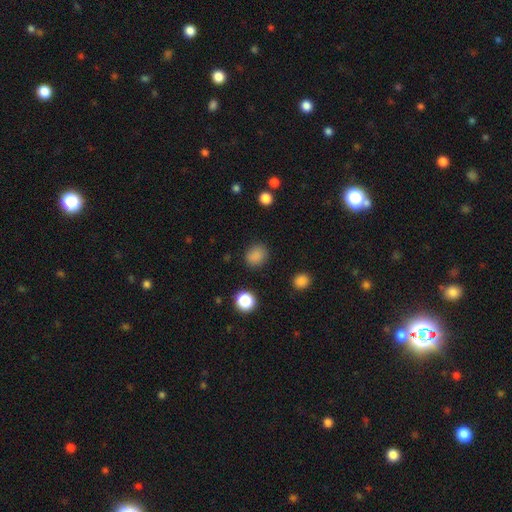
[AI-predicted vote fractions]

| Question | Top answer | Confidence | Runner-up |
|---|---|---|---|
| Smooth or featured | smooth | 84% | star or artifact (12%) |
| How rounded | round | 73% | in between (26%) |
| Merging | none | 85% | minor disturbance (10%) |